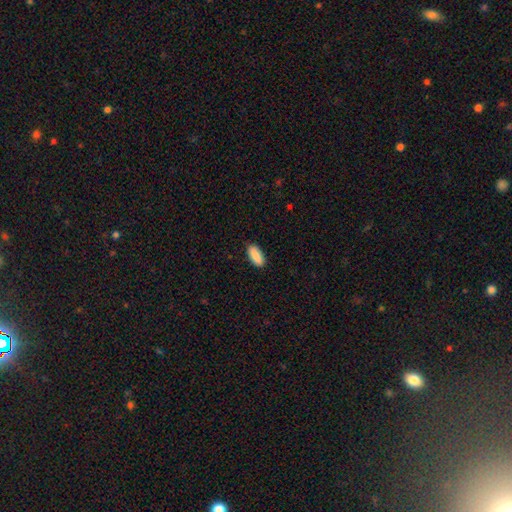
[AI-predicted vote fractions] Overall: smooth (89%). How rounded: in between (81%). Merging: none (89%).